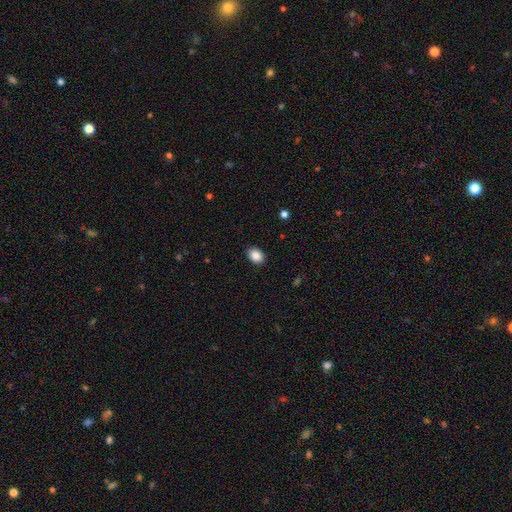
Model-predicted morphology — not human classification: A smooth galaxy with no disk features (88%) that is in between round and cigar-shaped (76%). Merging: none (90%).